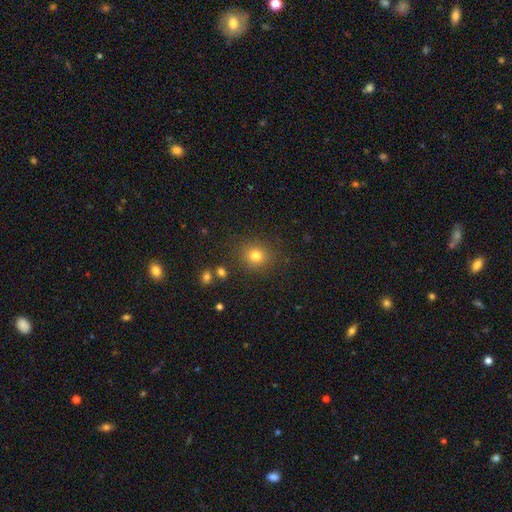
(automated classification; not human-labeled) This is likely a smooth galaxy (78%). How rounded: clearly round (85%). Merging: clearly none (85%).